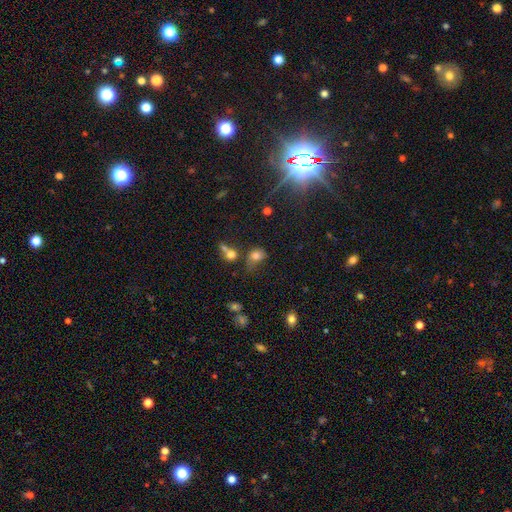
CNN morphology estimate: A smooth galaxy with no disk features (73%) that is round (52%).

Vote fractions:
- Smooth or featured? smooth: 73% / star or artifact: 15% / featured or disk: 12%
- How rounded? round: 52% / in between: 47% / cigar-shaped: 1%
- Merging? none: 35% / minor disturbance: 23% / major disturbance: 21% / merger: 21%